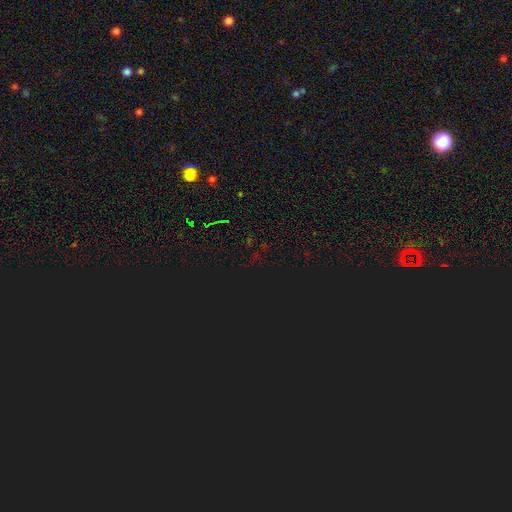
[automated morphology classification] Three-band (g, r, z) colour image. It shows a star or artifact, not a galaxy (78%).